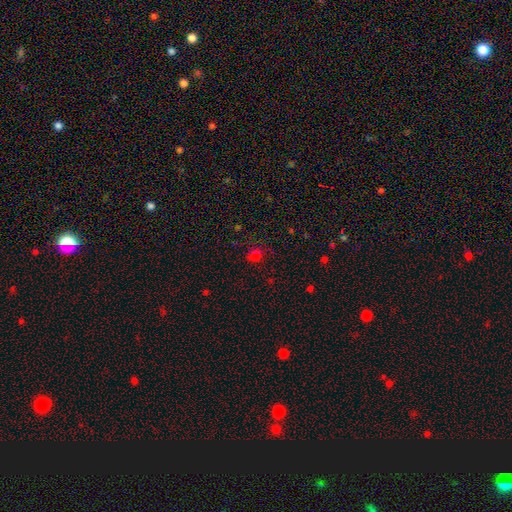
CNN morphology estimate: smooth_or_featured: smooth (p=0.60) [alt: star or artifact p=0.33]
how_rounded: round (p=0.72) [alt: in between p=0.27]
merging: none (p=0.67) [alt: minor disturbance p=0.17]